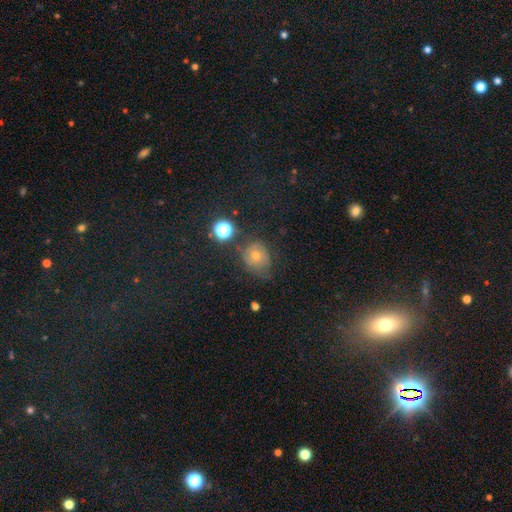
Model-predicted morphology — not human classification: Smooth or featured? smooth (53%)
How rounded? round (70%)
Merging? none (63%)